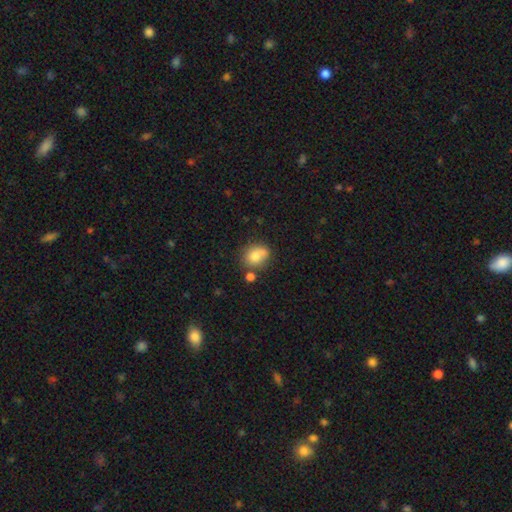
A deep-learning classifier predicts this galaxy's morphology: smooth_or_featured: smooth (p=0.76) [alt: featured or disk p=0.13]
how_rounded: round (p=0.56) [alt: in between p=0.43]
merging: none (p=0.53) [alt: minor disturbance p=0.22]